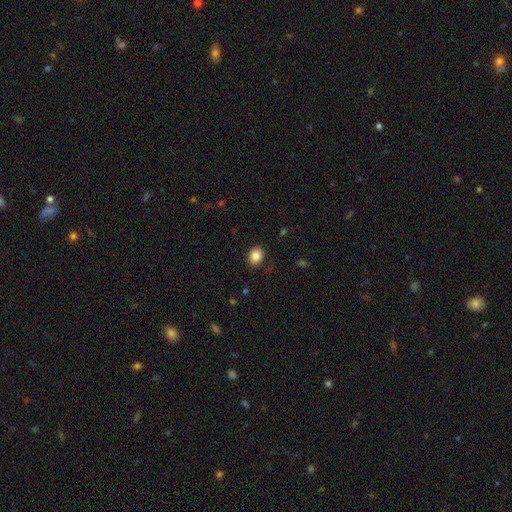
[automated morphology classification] This is clearly a smooth galaxy (86%). How rounded: possibly round (54%). Merging: clearly none (87%).